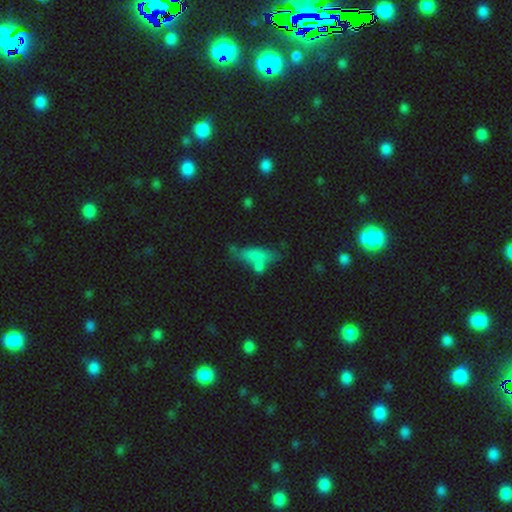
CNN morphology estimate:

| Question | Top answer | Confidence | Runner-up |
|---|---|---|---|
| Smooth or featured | smooth | 71% | featured or disk (18%) |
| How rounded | in between | 54% | cigar-shaped (41%) |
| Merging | none | 45% | merger (24%) |